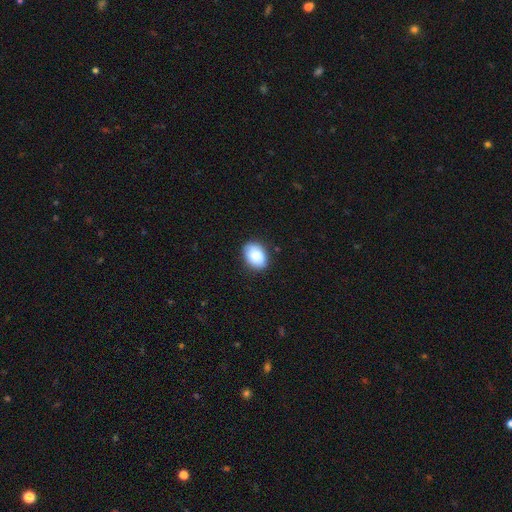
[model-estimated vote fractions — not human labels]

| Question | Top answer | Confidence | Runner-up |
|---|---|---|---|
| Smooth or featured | smooth | 86% | featured or disk (7%) |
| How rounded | in between | 76% | round (23%) |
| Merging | none | 84% | minor disturbance (13%) |